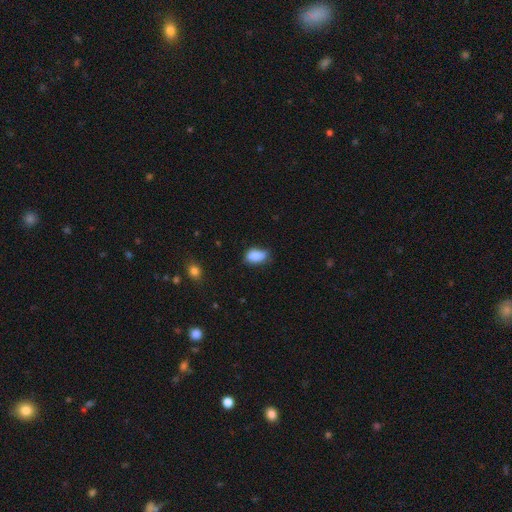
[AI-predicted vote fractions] Smooth or featured? smooth (86%)
How rounded? in between (90%)
Merging? none (64%)